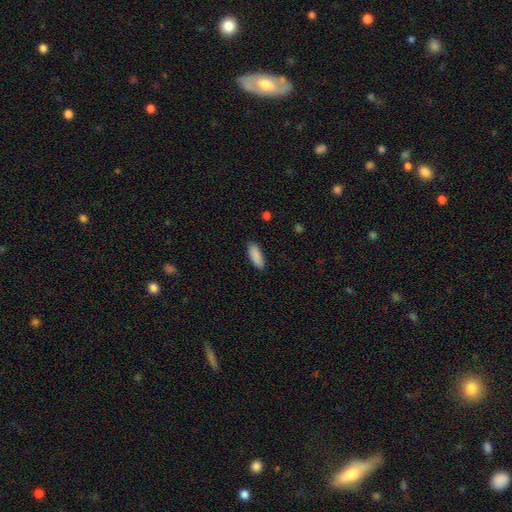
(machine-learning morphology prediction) Overall: smooth (90%). How rounded: in between (72%). Merging: none (88%).